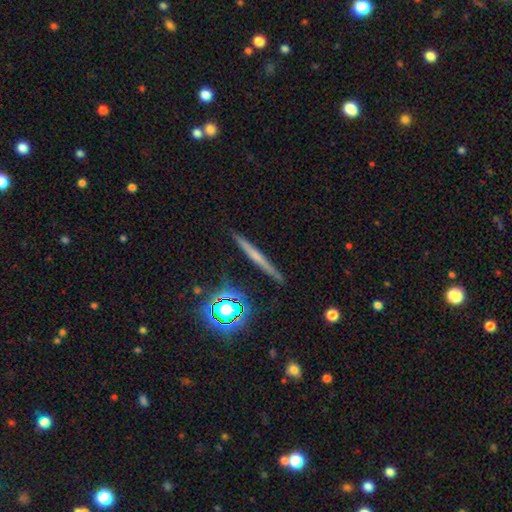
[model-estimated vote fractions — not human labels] Smooth or featured: featured or disk — 50% (smooth — 36%)
Edge-on disk: yes — 96% (no — 4%)
Merging: none — 90% (minor disturbance — 7%)